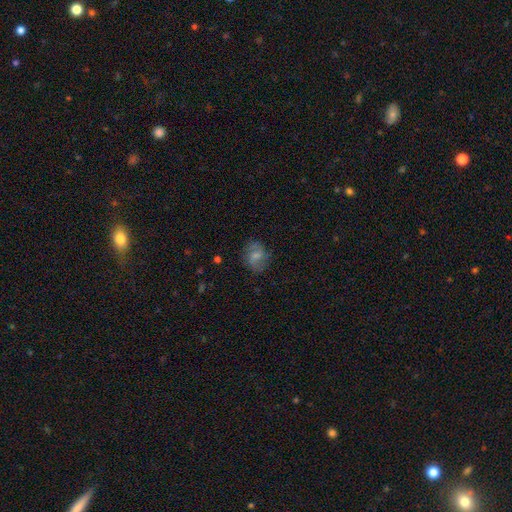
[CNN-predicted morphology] type=featured or disk (46%); merging=none (78%).